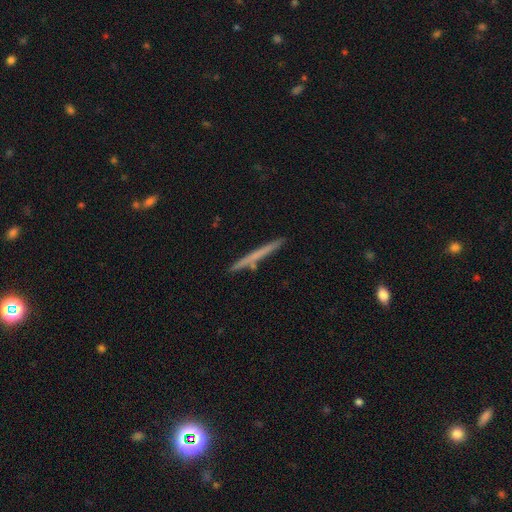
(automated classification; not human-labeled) This is possibly a smooth galaxy (50%). How rounded: clearly cigar-shaped (97%). Merging: clearly none (88%).